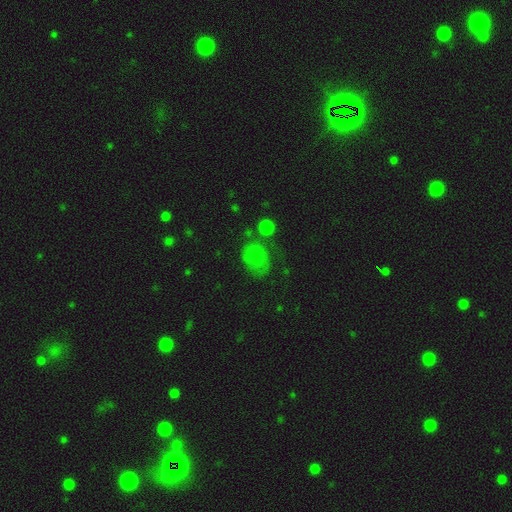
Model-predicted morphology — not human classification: A smooth galaxy with no disk features (68%) that is in between round and cigar-shaped (60%). Merging: none (53%).